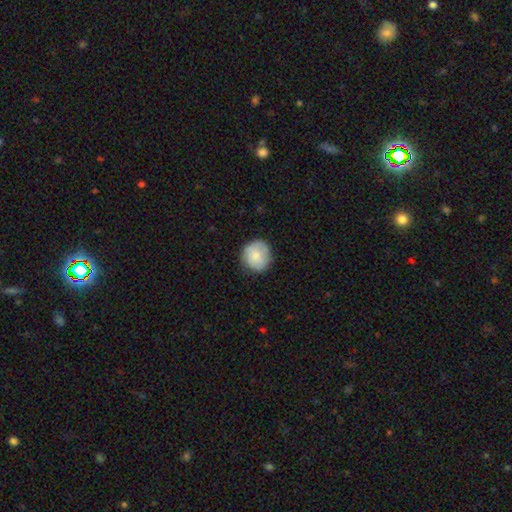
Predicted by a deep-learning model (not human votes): smooth 77%, featured or disk 17%, star or artifact 6%. Down the decision tree: how rounded — round (90%); merging — none (80%).